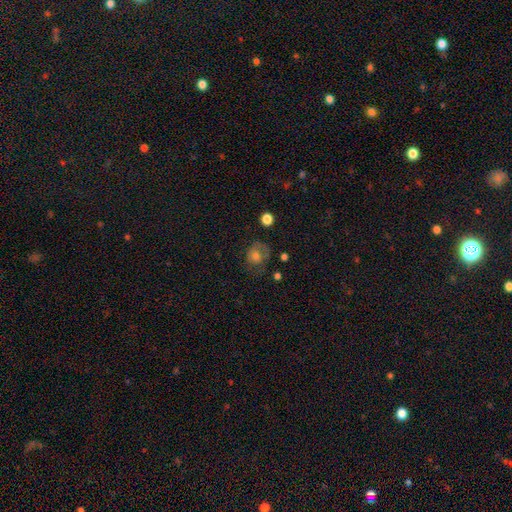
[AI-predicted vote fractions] smooth-or-featured: smooth: 59% | featured or disk: 29% | star or artifact: 12%
  how-rounded: round: 68% | in between: 31% | cigar-shaped: 1%
  merging: none: 52% | minor disturbance: 26% | major disturbance: 20% | merger: 3%